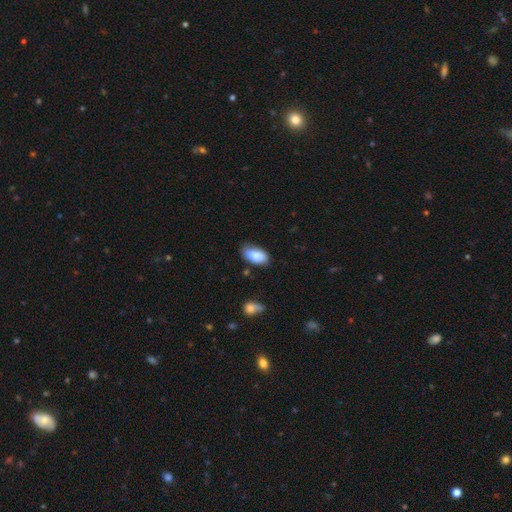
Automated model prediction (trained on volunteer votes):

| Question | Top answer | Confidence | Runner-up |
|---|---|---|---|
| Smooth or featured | smooth | 83% | featured or disk (10%) |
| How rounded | in between | 94% | round (3%) |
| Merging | none | 66% | minor disturbance (26%) |